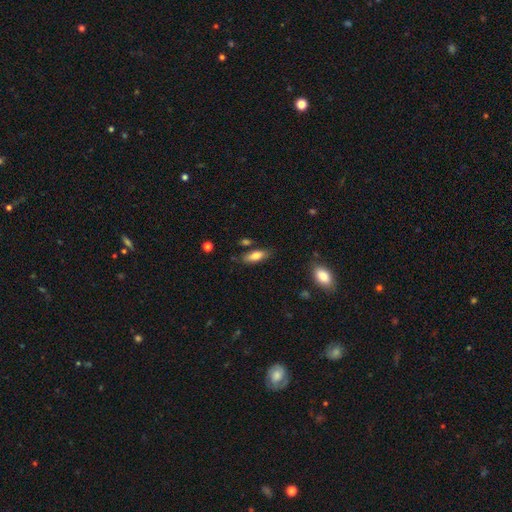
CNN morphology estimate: This is likely a smooth galaxy (77%). How rounded: likely in between (69%). Merging: likely none (76%).